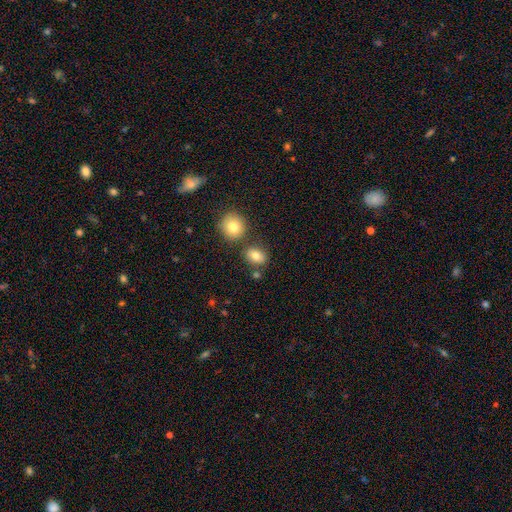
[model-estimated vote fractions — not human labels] Morphology: type=smooth (79%); roundness=in between (58%); merging=none (73%).